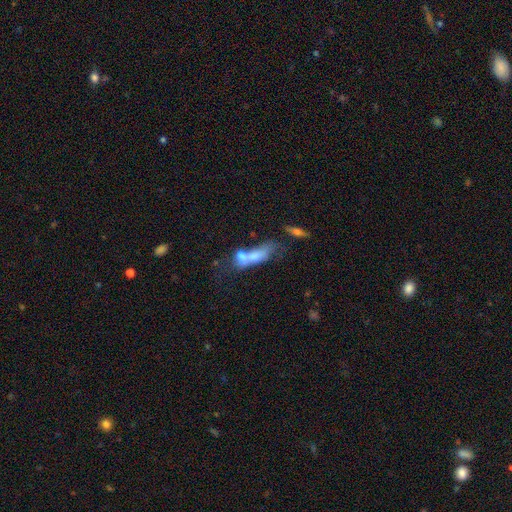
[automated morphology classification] smooth-or-featured: smooth: 59% | featured or disk: 31% | star or artifact: 10%
  how-rounded: in between: 64% | cigar-shaped: 24% | round: 12%
  merging: merger: 68% | none: 12% | major disturbance: 12% | minor disturbance: 7%